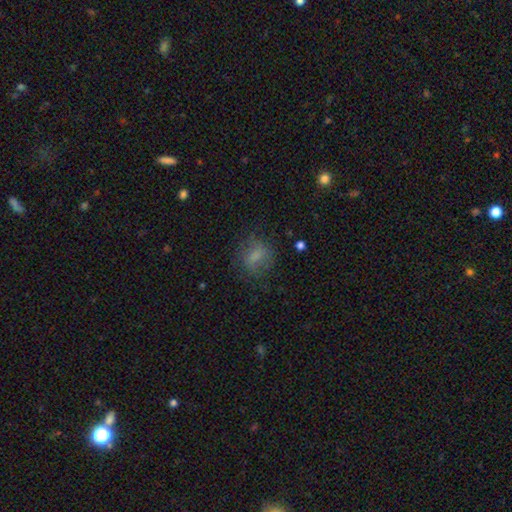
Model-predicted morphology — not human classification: smooth 71%, featured or disk 17%, star or artifact 12%. Down the decision tree: how rounded — in between (49%); merging — none (68%).